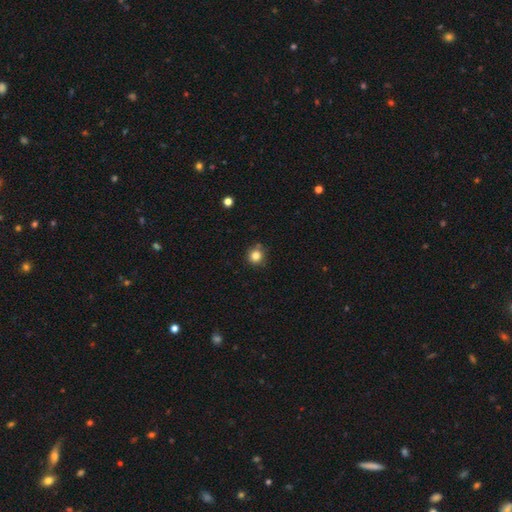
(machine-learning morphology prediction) Smooth or featured: smooth — 83% (star or artifact — 12%)
How rounded: round — 92% (in between — 7%)
Merging: none — 82% (minor disturbance — 12%)